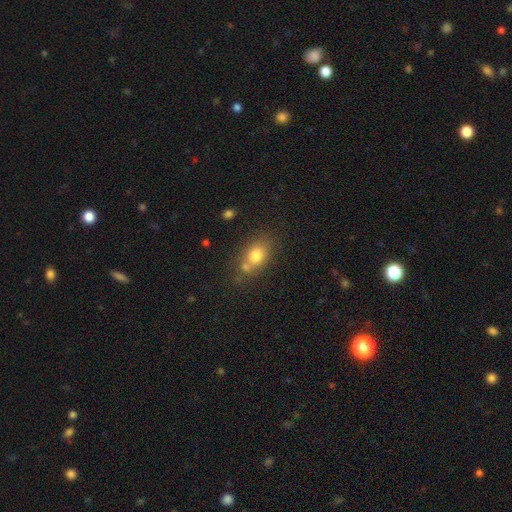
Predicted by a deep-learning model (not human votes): A smooth galaxy with no disk features (75%) that is in between round and cigar-shaped (65%).

Vote fractions:
- Smooth or featured? smooth: 75% / featured or disk: 13% / star or artifact: 12%
- How rounded? in between: 65% / round: 33% / cigar-shaped: 3%
- Merging? none: 58% / merger: 22% / minor disturbance: 15% / major disturbance: 5%